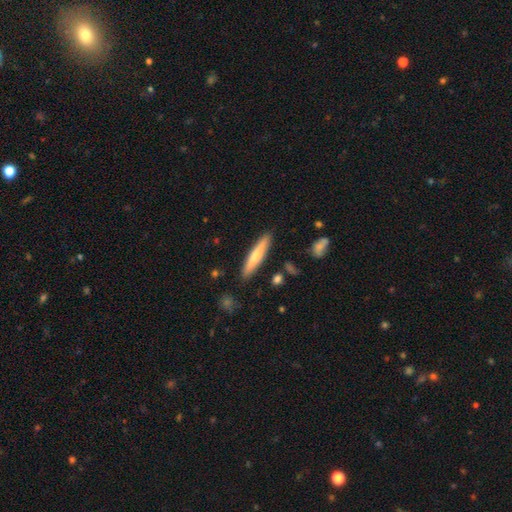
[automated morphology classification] A smooth galaxy with no disk features (64%) that is cigar-shaped (89%).

Vote fractions:
- Smooth or featured? smooth: 64% / featured or disk: 31% / star or artifact: 6%
- How rounded? cigar-shaped: 89% / in between: 10% / round: 1%
- Merging? none: 88% / minor disturbance: 9% / merger: 2% / major disturbance: 2%